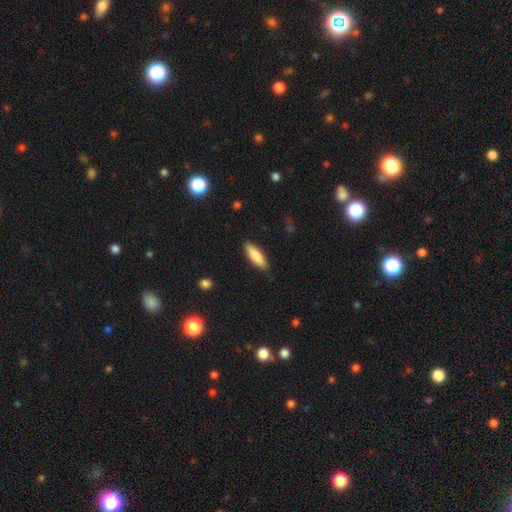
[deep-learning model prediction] The model was most divided on "how rounded": in between: 53%, cigar-shaped: 46%, round: 1%. More confident: smooth or featured — smooth (86%); merging — none (83%).